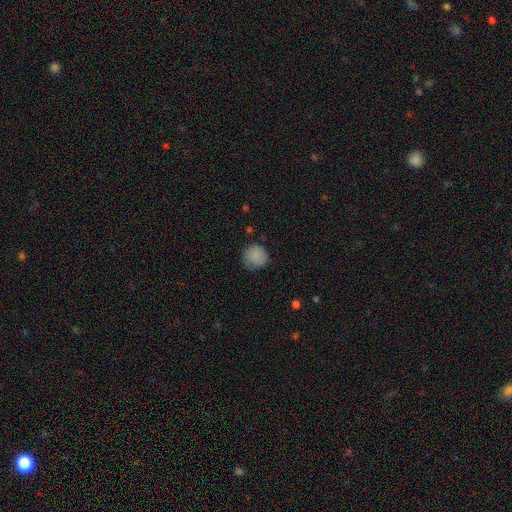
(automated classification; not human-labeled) Morphology: type=smooth (86%); roundness=round (92%); merging=none (77%).